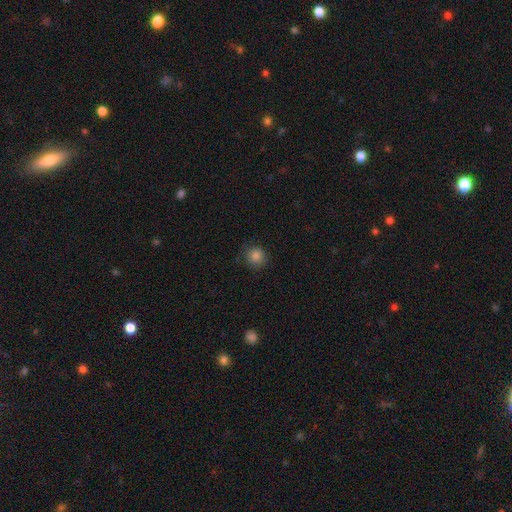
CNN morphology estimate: Overall: smooth (85%). How rounded: round (92%). Merging: none (86%).